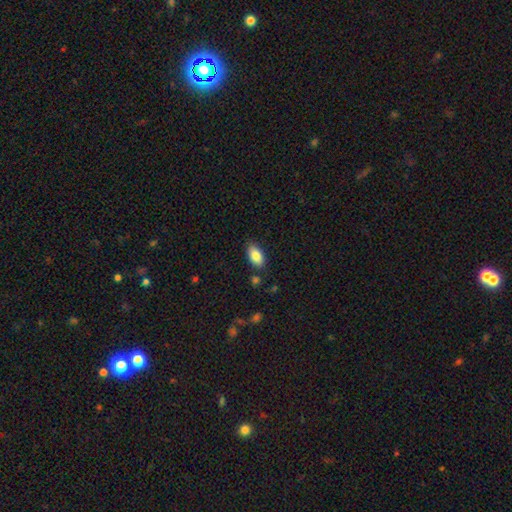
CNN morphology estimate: A smooth galaxy with no disk features (86%) that is in between round and cigar-shaped (93%). Merging: none (83%).